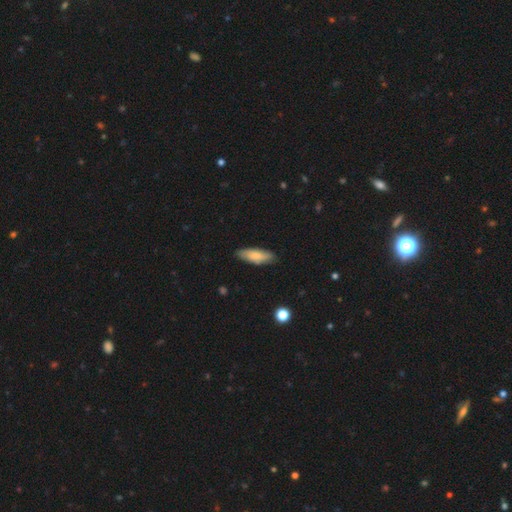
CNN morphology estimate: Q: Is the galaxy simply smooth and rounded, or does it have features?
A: smooth — 78%.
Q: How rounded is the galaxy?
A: in between — 59%.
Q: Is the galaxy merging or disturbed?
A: none — 82%.